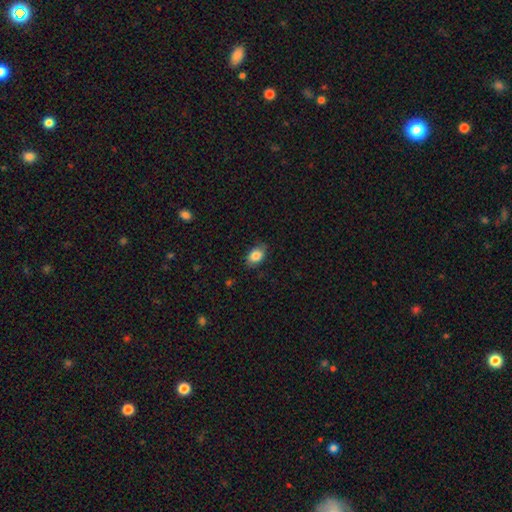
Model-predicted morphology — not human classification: smooth 84%, featured or disk 8%, star or artifact 8%. Down the decision tree: how rounded — in between (81%); merging — none (76%).